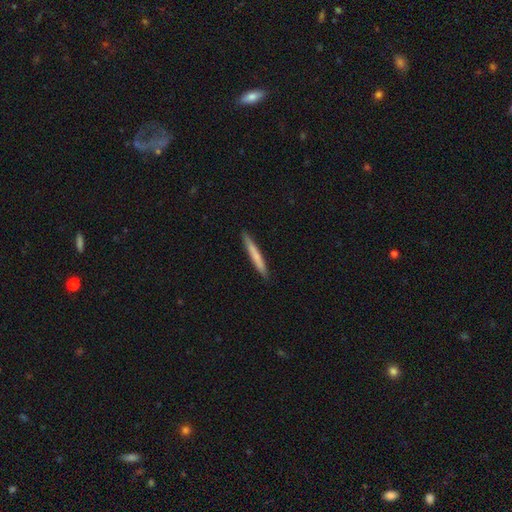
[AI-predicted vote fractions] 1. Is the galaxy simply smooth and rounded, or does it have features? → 68% smooth, 26% featured or disk, 5% star or artifact.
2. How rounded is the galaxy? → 97% cigar-shaped, 2% in between, 1% round.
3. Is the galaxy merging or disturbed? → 91% none, 6% minor disturbance, 1% major disturbance, 1% merger.